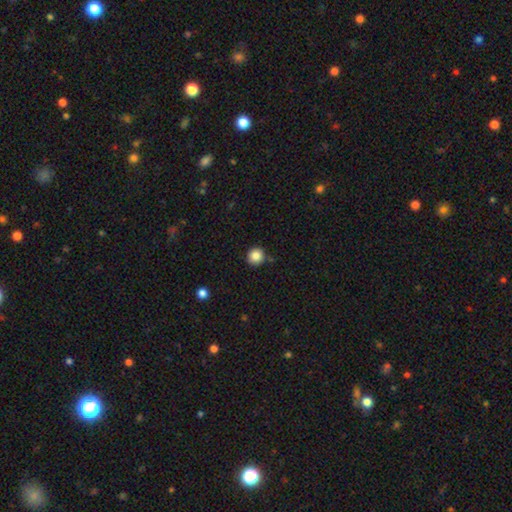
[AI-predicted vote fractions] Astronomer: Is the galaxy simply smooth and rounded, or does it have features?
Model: smooth — 86%.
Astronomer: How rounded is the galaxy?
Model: round — 93%.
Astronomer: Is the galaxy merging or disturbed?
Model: none — 85%.